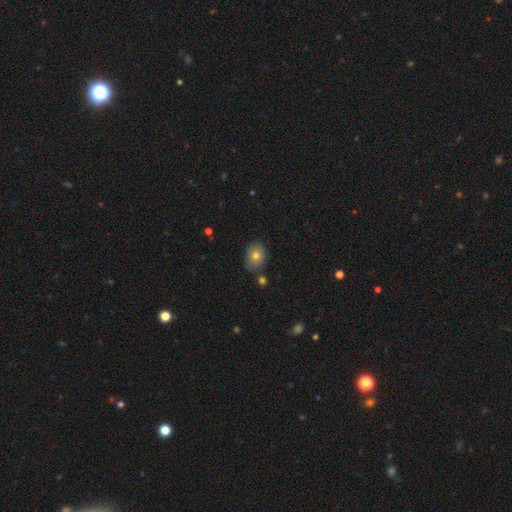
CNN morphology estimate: Smooth or featured? smooth (76%)
How rounded? in between (60%)
Merging? none (75%)